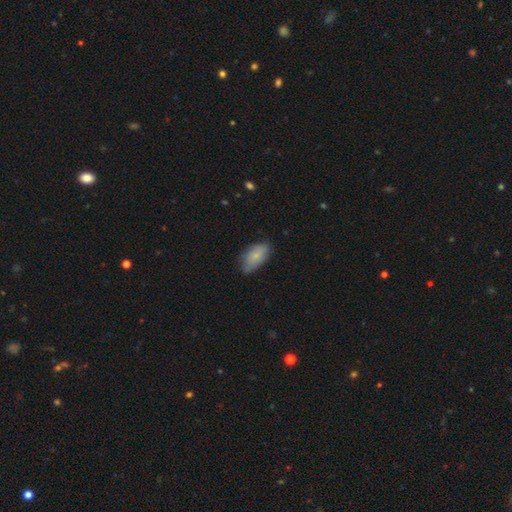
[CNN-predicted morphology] This appears to be a smooth galaxy with no disk features (75%) that is in between round and cigar-shaped (93%). Merging: none (66%).